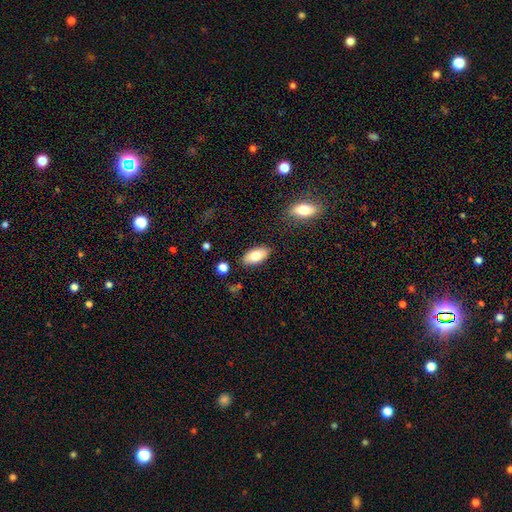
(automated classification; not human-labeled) Smooth or featured?
  - smooth: 77% *
  - featured or disk: 16%
  - star or artifact: 7%
How rounded?
  - in between: 92% *
  - cigar-shaped: 5%
  - round: 3%
Merging?
  - none: 85% *
  - minor disturbance: 10%
  - major disturbance: 2%
  - merger: 2%